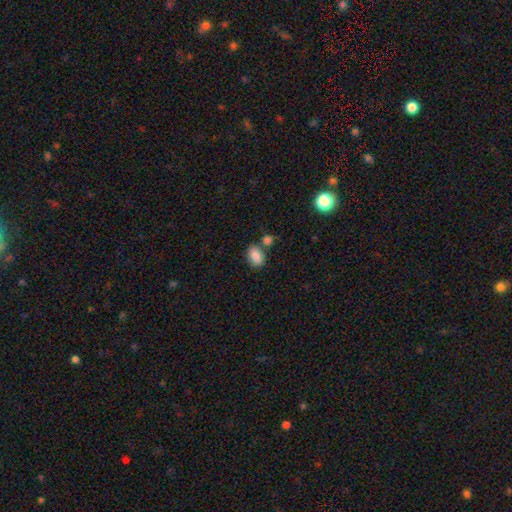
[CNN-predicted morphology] Smooth or featured: smooth — 85% (star or artifact — 8%)
How rounded: in between — 81% (round — 18%)
Merging: none — 61% (merger — 21%)